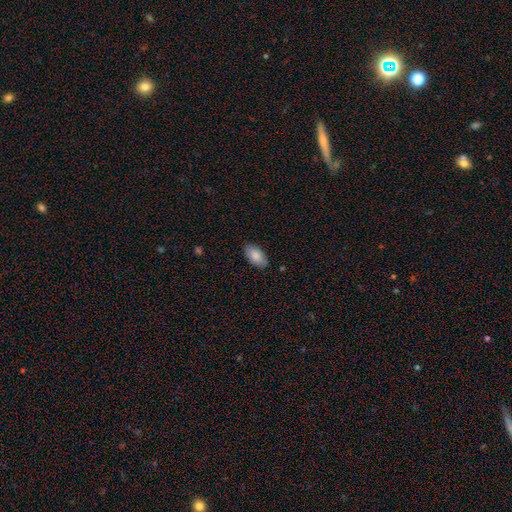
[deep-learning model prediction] A smooth galaxy with no disk features (84%) that is in between round and cigar-shaped (95%). Merging: none (86%).